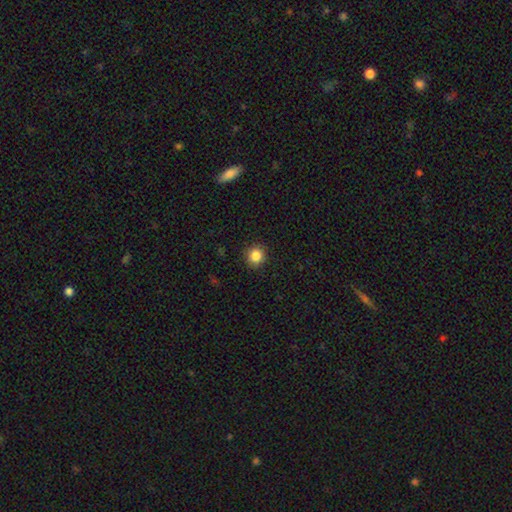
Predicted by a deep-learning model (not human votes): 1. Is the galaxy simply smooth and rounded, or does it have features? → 85% smooth, 11% star or artifact, 4% featured or disk.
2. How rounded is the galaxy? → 89% round, 10% in between, 1% cigar-shaped.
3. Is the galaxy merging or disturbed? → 90% none, 7% minor disturbance, 2% major disturbance, 1% merger.